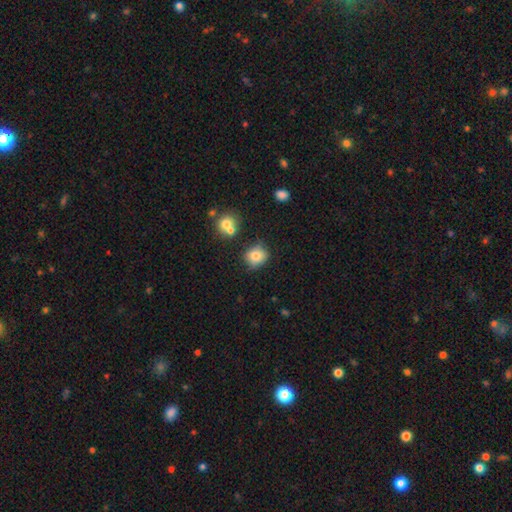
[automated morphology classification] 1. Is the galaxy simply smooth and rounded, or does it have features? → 79% smooth, 11% star or artifact, 10% featured or disk.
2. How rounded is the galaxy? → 77% round, 22% in between, 1% cigar-shaped.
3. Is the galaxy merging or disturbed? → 74% none, 15% minor disturbance, 7% merger, 3% major disturbance.